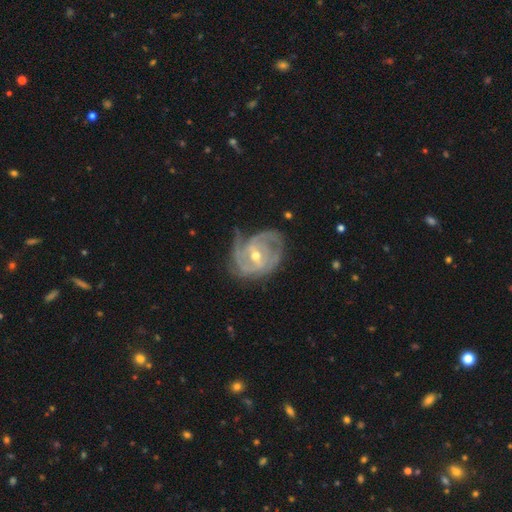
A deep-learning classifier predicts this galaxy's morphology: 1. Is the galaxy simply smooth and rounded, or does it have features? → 88% featured or disk, 7% smooth, 5% star or artifact.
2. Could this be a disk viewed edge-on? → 97% no, 3% yes.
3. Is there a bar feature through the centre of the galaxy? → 51% weak, 26% no, 23% strong.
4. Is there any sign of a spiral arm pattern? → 95% yes, 5% no.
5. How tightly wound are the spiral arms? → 53% tight, 36% medium, 11% loose.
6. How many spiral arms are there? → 31% 3, 27% 2, 23% can't tell, 9% 4, 6% 1, 5% more than 4.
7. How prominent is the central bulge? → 53% moderate, 44% small, 1% large, 1% none, 1% dominant.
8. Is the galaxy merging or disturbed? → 54% none, 28% minor disturbance, 16% major disturbance, 2% merger.